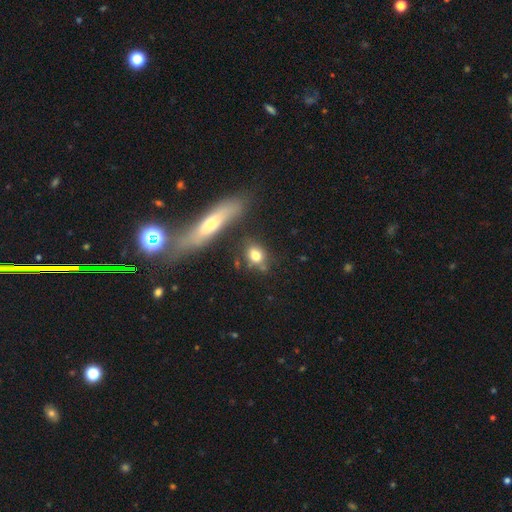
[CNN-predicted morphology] Overall: smooth (76%). How rounded: in between (54%; round 39%). Merging: none (65%).